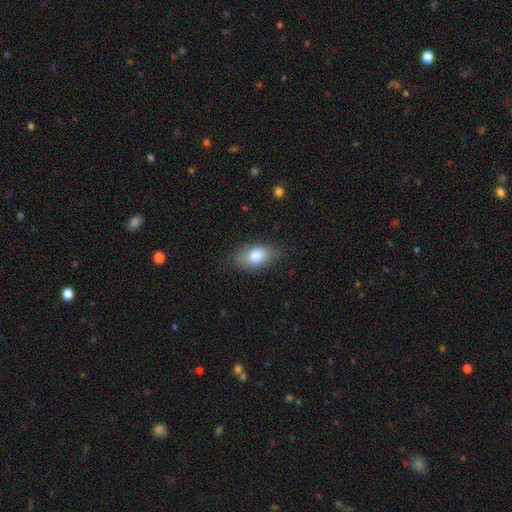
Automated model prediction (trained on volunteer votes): Q: Smooth or featured?
A: smooth (81%); runner-up: featured or disk (11%)
Q: How rounded?
A: in between (89%); runner-up: round (8%)
Q: Merging?
A: none (77%); runner-up: minor disturbance (17%)